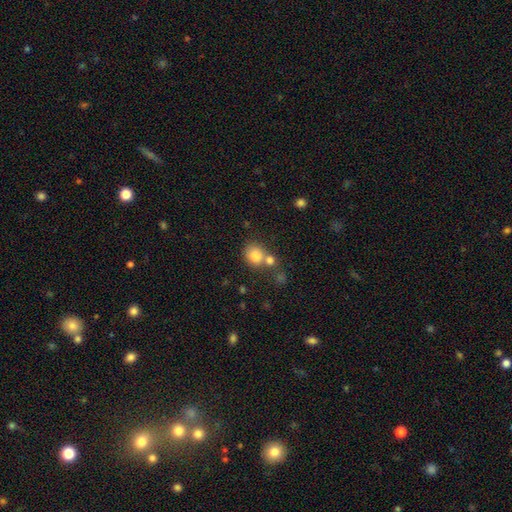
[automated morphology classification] Smooth or featured?
  - smooth: 81% *
  - star or artifact: 11%
  - featured or disk: 8%
How rounded?
  - round: 74% *
  - in between: 25%
  - cigar-shaped: 1%
Merging?
  - none: 50% *
  - merger: 36%
  - minor disturbance: 10%
  - major disturbance: 4%